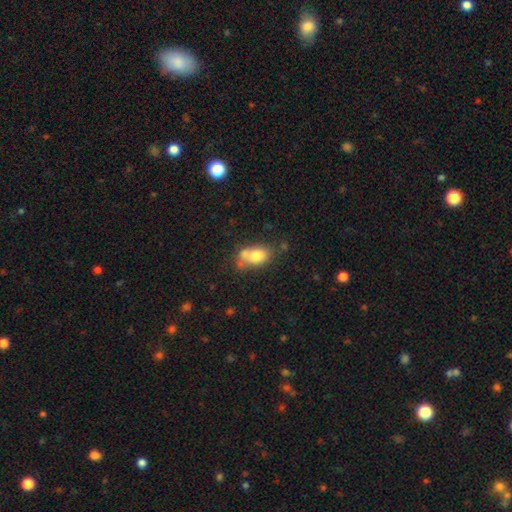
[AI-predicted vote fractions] This appears to be a smooth galaxy with no disk features (74%) that is in between round and cigar-shaped (81%). Merging: none (41%).